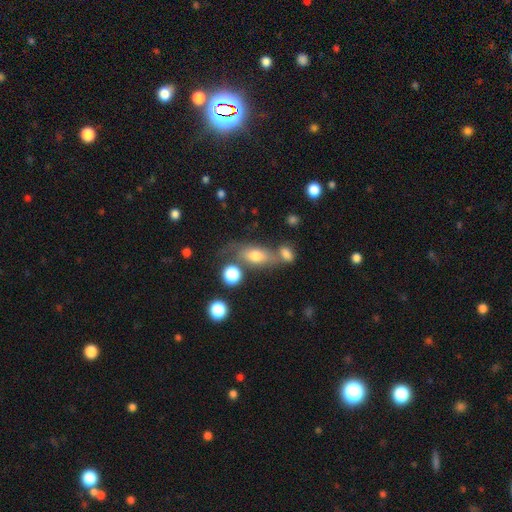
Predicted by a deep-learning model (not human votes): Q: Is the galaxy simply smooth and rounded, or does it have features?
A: smooth — 64%.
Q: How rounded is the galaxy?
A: in between — 79%.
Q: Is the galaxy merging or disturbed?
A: none — 45%.